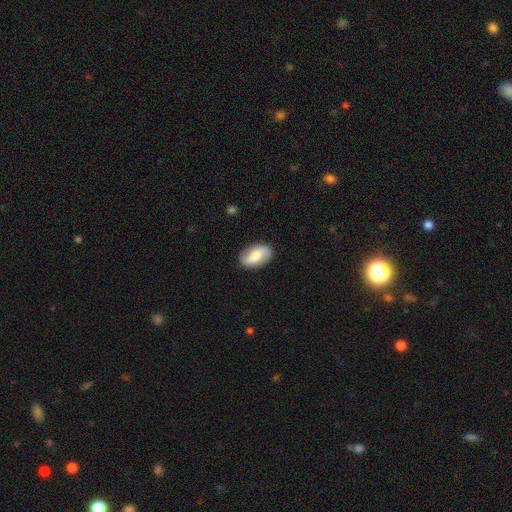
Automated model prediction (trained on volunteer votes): smooth_or_featured: smooth (p=0.57) [alt: featured or disk p=0.36]
how_rounded: in between (p=0.91) [alt: round p=0.06]
merging: none (p=0.85) [alt: minor disturbance p=0.11]